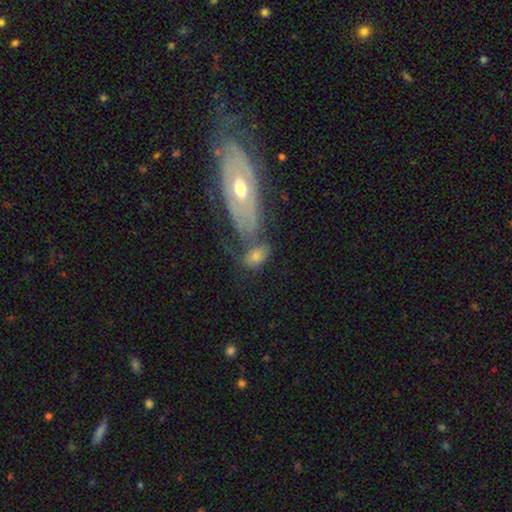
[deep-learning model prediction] Overall: smooth (62%; featured or disk 27%). How rounded: in between (82%). Merging: none (36%; merger 31%).